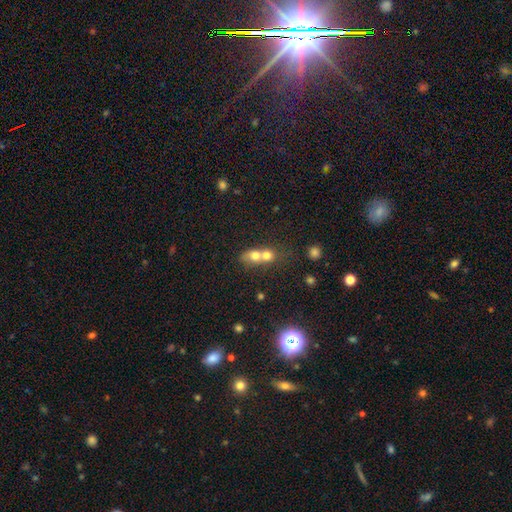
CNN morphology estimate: Smooth or featured? smooth (70%)
How rounded? round (58%)
Merging? merger (73%)